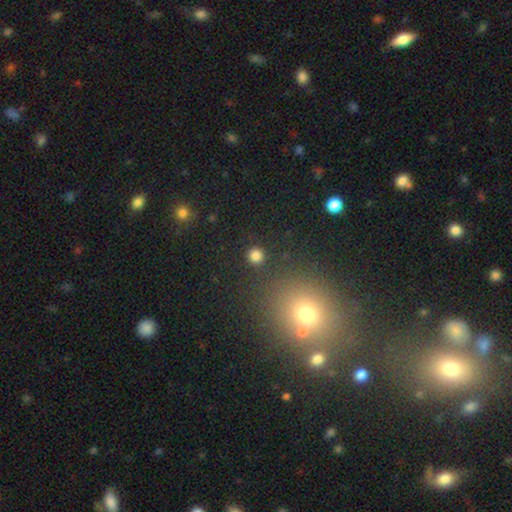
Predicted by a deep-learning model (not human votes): The model was most divided on "smooth or featured": smooth: 81%, star or artifact: 15%, featured or disk: 4%. More confident: how rounded — round (94%); merging — none (91%).